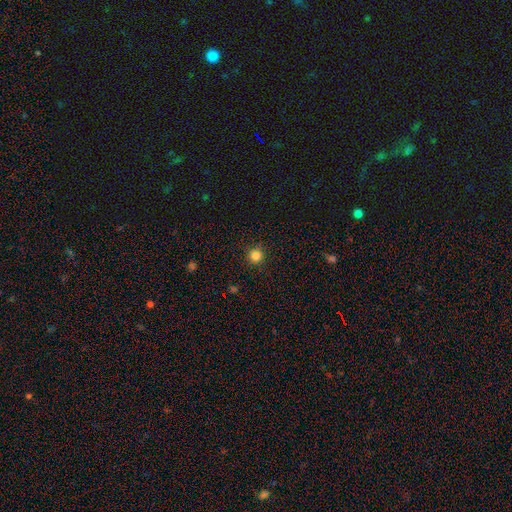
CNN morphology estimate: This appears to be a smooth galaxy with no disk features (83%) that is round (95%). Merging: none (91%).